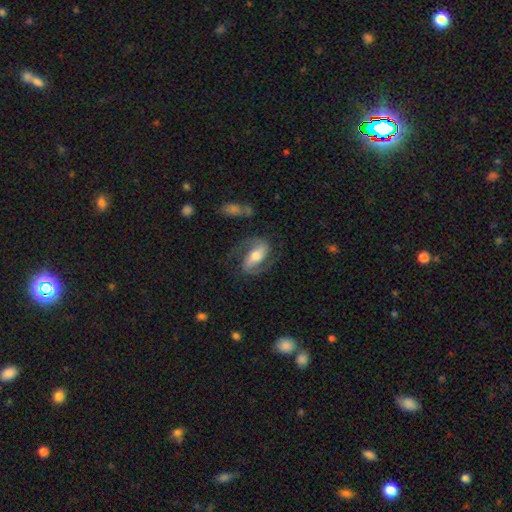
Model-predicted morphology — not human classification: smooth_or_featured: featured or disk (p=0.79) [alt: smooth p=0.15]
disk_edge_on: no (p=0.95) [alt: yes p=0.05]
bar: strong (p=0.43) [alt: weak p=0.34]
has_spiral_arms: yes (p=0.94) [alt: no p=0.06]
spiral_winding: medium (p=0.53) [alt: loose p=0.27]
spiral_arm_count: 2 (p=0.90) [alt: can't tell p=0.03]
bulge_size: moderate (p=0.62) [alt: small p=0.18]
merging: none (p=0.69) [alt: minor disturbance p=0.16]